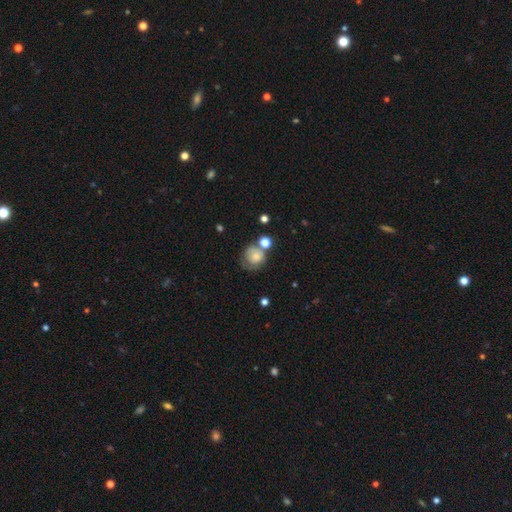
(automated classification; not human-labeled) Smooth or featured? smooth (66%)
How rounded? round (80%)
Merging? none (44%)